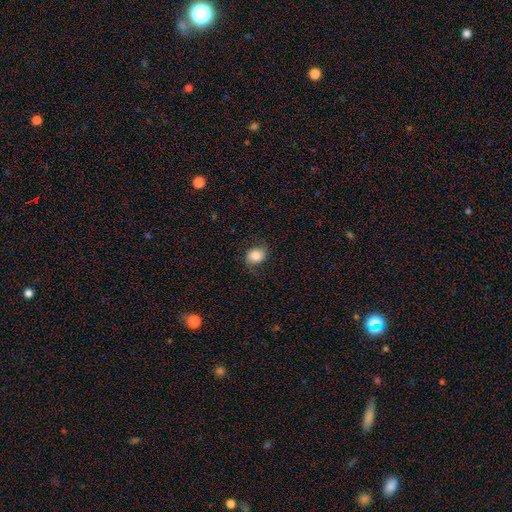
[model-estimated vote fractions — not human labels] This is likely a smooth galaxy (75%). How rounded: possibly in between (50%). Merging: likely none (73%).